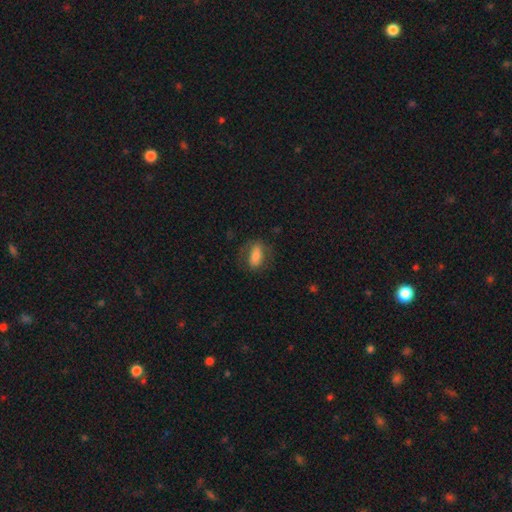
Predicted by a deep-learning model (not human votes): A smooth galaxy with no disk features (72%) that is in between round and cigar-shaped (82%). Merging: none (70%).